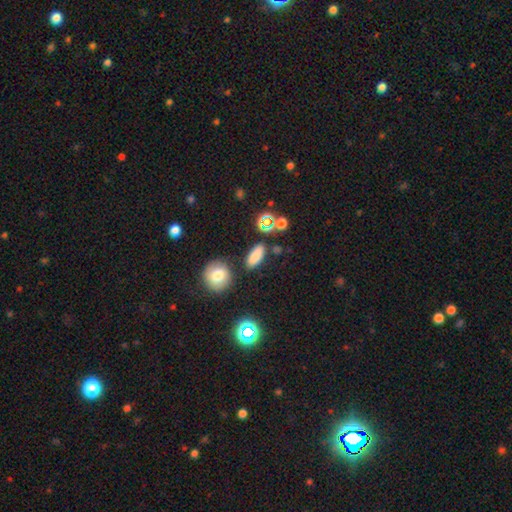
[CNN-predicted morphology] Smooth or featured?
  - smooth: 80% *
  - star or artifact: 14%
  - featured or disk: 7%
How rounded?
  - in between: 74% *
  - cigar-shaped: 18%
  - round: 8%
Merging?
  - none: 82% *
  - minor disturbance: 11%
  - merger: 4%
  - major disturbance: 3%